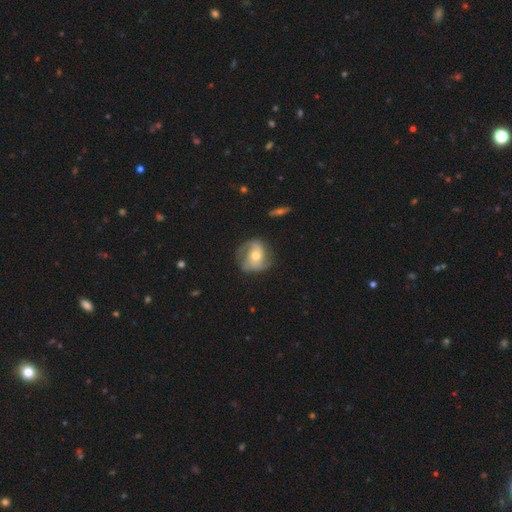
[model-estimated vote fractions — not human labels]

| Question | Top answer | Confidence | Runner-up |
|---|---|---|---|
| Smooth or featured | featured or disk | 69% | smooth (25%) |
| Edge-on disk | no | 97% | yes (3%) |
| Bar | no | 60% | weak (30%) |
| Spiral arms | yes | 88% | no (12%) |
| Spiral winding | medium | 44% | loose (29%) |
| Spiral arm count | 2 | 61% | 3 (14%) |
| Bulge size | moderate | 67% | small (24%) |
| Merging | none | 65% | minor disturbance (23%) |